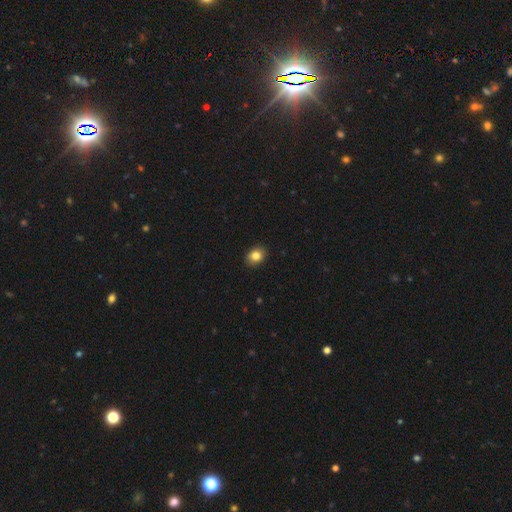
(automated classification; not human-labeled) Smooth or featured? Predicted: smooth (p=0.84). How rounded? Predicted: in between (p=0.55). Merging? Predicted: none (p=0.89).